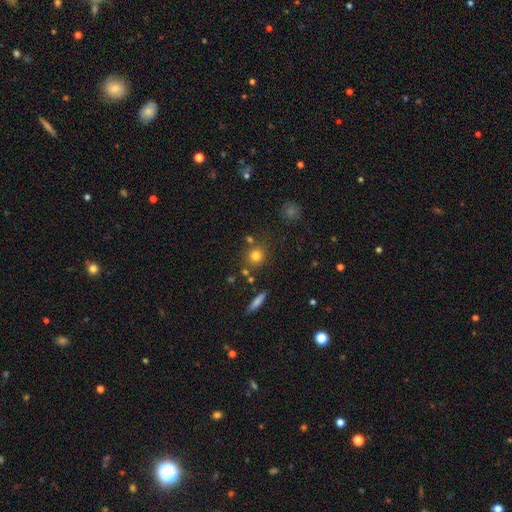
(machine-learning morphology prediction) A smooth galaxy with no disk features (78%) that is round (88%). Merging: none (74%).